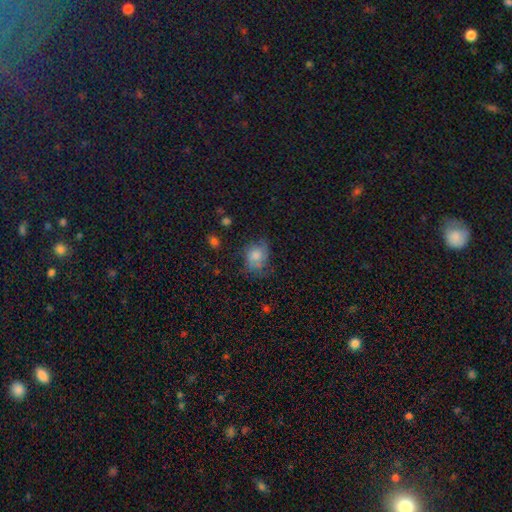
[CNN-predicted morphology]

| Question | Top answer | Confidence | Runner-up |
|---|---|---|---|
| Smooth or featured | smooth | 63% | featured or disk (24%) |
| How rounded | round | 56% | in between (43%) |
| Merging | none | 58% | minor disturbance (28%) |